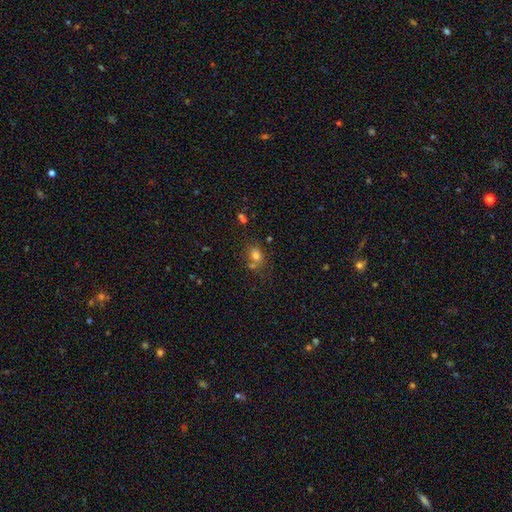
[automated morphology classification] Smooth or featured? smooth (73%)
How rounded? in between (60%)
Merging? none (59%)